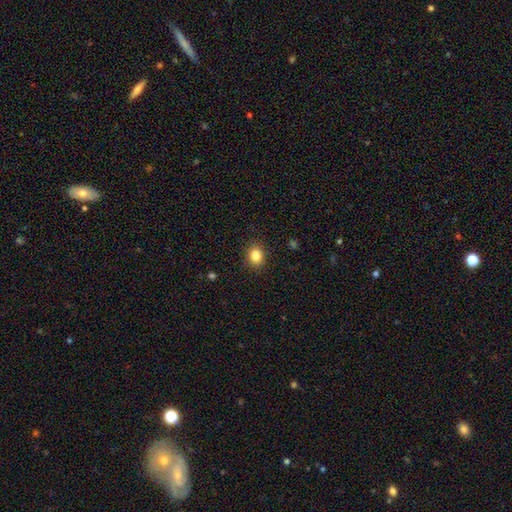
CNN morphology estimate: This is clearly a smooth galaxy (84%). How rounded: likely round (61%). Merging: clearly none (90%).